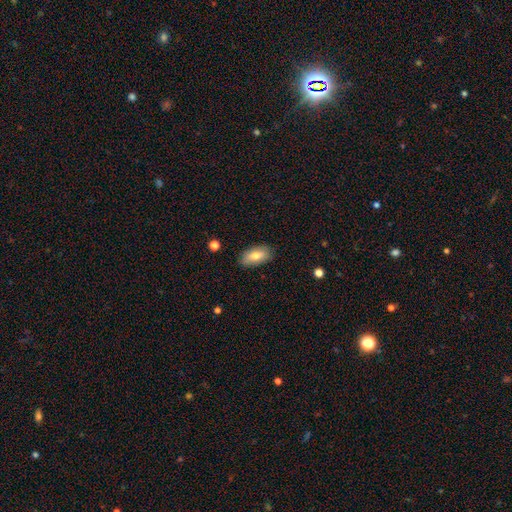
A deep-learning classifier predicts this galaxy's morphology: smooth 76%, featured or disk 17%, star or artifact 7%. Down the decision tree: how rounded — in between (90%); merging — none (83%).